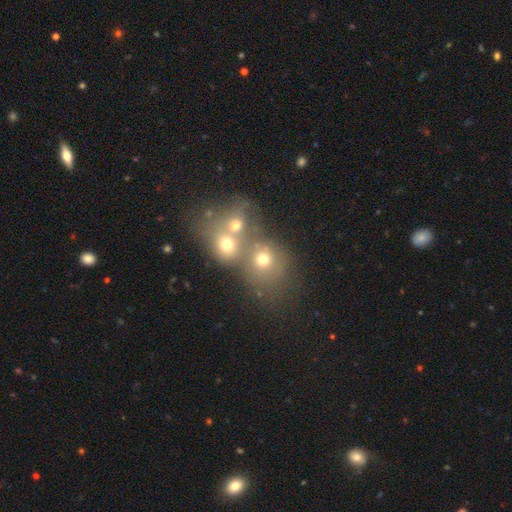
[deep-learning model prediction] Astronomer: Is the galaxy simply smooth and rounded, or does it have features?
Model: smooth — 48% (runner-up: star or artifact, 29%).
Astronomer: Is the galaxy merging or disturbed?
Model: merger — 63%.